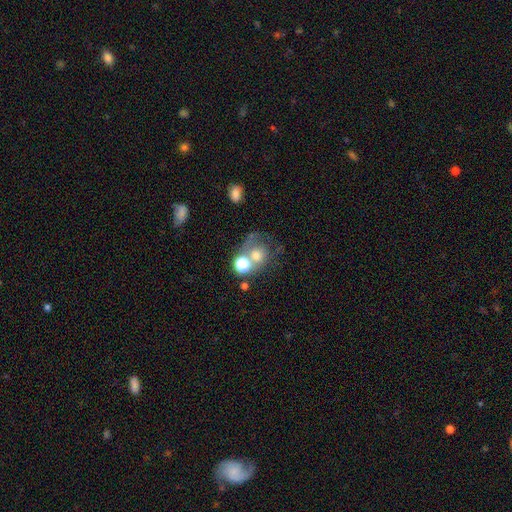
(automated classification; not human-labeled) Morphology: type=smooth (55%); roundness=round (74%); merging=merger (36%).